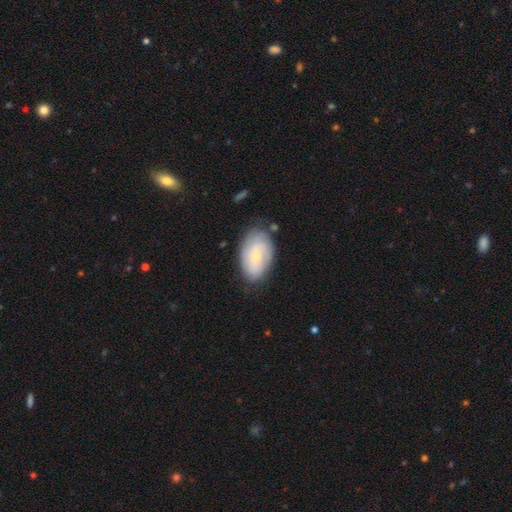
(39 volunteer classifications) Q: Smooth or featured?
A: featured or disk (67%); runner-up: smooth (31%)
Q: Edge-on disk?
A: no (96%); runner-up: yes (4%)
Q: Bar?
A: no (68%); runner-up: weak (24%)
Q: Spiral arms?
A: yes (72%); runner-up: no (28%)
Q: Spiral winding?
A: tight (44%); runner-up: medium (39%)
Q: Spiral arm count?
A: can't tell (67%); runner-up: 4 (17%)
Q: Bulge size?
A: small (76%); runner-up: moderate (24%)
Q: Merging?
A: none (71%); runner-up: minor disturbance (26%)